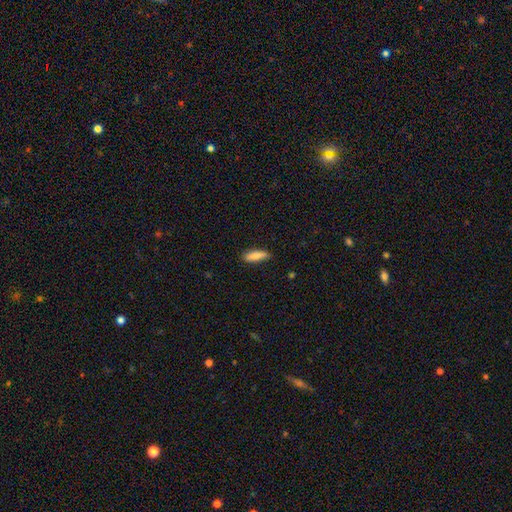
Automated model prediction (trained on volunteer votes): smooth_or_featured: smooth (p=0.84) [alt: featured or disk p=0.10]
how_rounded: in between (p=0.51) [alt: cigar-shaped p=0.47]
merging: none (p=0.83) [alt: minor disturbance p=0.14]